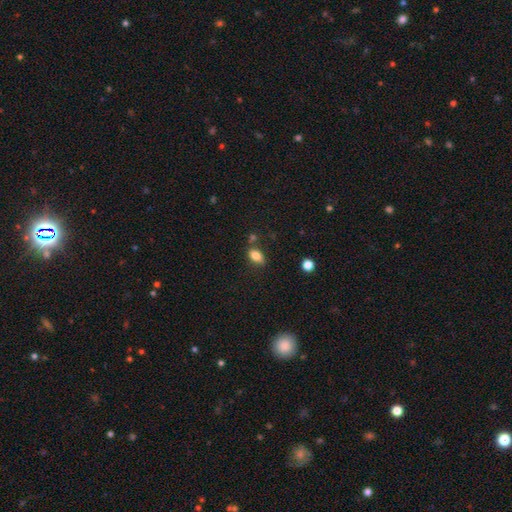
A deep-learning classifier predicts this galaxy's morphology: The model was most divided on "merging": none: 72%, minor disturbance: 15%, merger: 9%, major disturbance: 4%. More confident: how rounded — in between (86%); smooth or featured — smooth (81%).